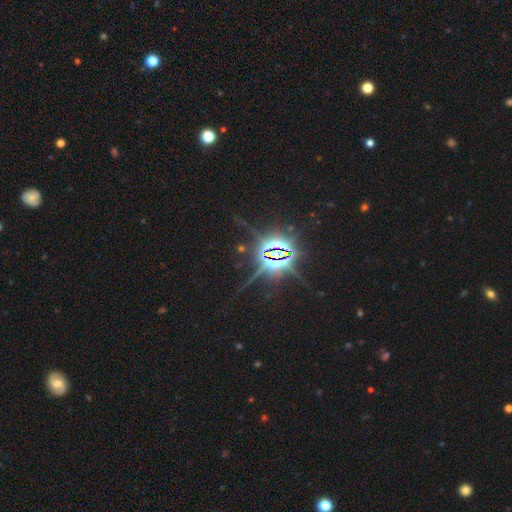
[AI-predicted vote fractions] Overall: star or artifact (85%).